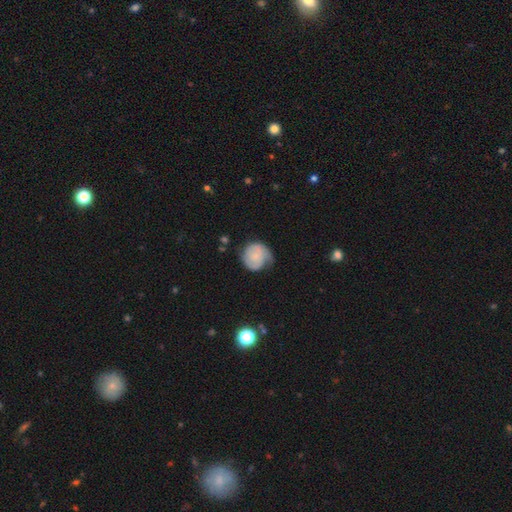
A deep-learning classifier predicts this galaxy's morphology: A smooth galaxy with no disk features (52%) that is round (83%).

Vote fractions:
- Smooth or featured? smooth: 52% / featured or disk: 41% / star or artifact: 7%
- How rounded? round: 83% / in between: 16% / cigar-shaped: 1%
- Merging? none: 50% / minor disturbance: 34% / major disturbance: 14% / merger: 2%